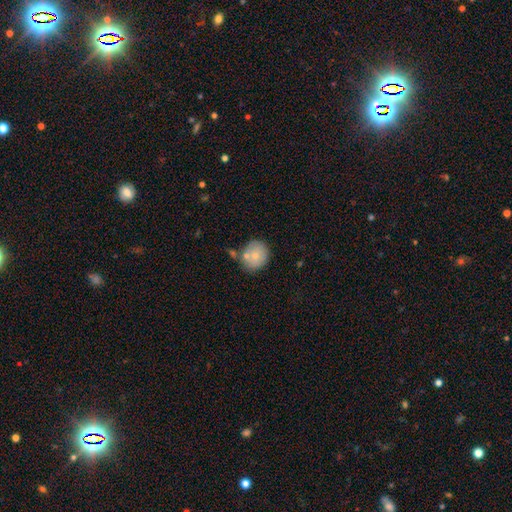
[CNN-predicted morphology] Smooth or featured: smooth — 74% (featured or disk — 19%)
How rounded: round — 79% (in between — 20%)
Merging: none — 61% (minor disturbance — 18%)